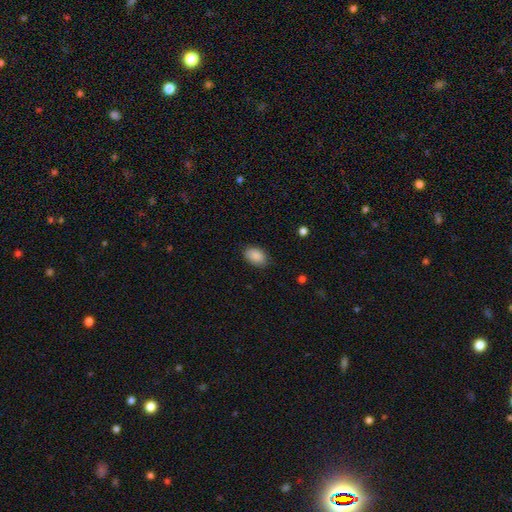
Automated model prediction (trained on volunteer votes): A smooth galaxy with no disk features (89%) that is in between round and cigar-shaped (91%). Merging: none (85%).